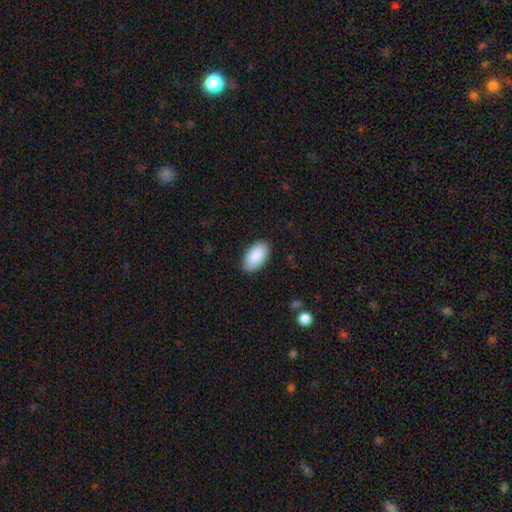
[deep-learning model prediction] This is clearly a smooth galaxy (91%). How rounded: clearly in between (96%). Merging: clearly none (88%).